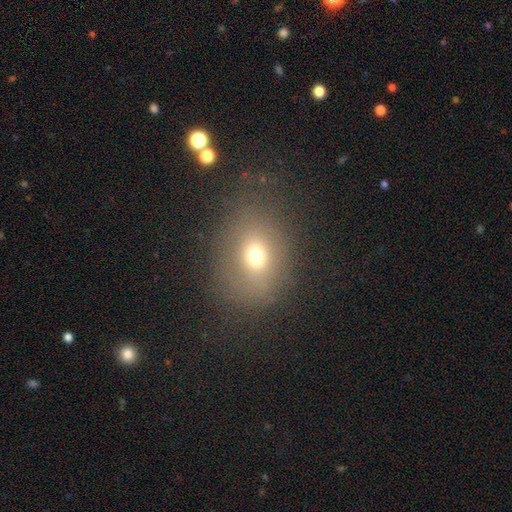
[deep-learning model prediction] The model was most divided on "how rounded": in between: 54%, round: 44%, cigar-shaped: 1%. More confident: merging — none (71%); smooth or featured — smooth (67%).